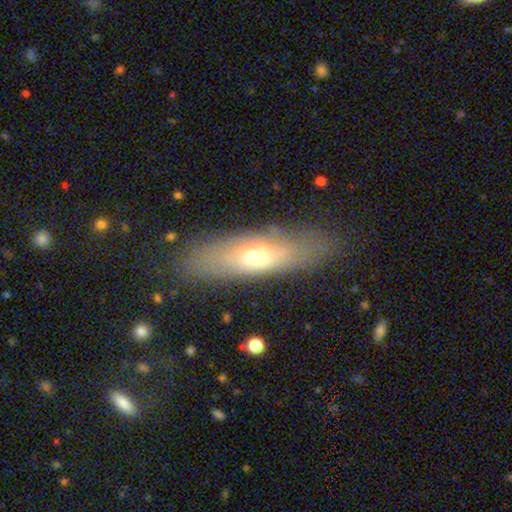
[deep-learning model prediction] A smooth galaxy with no disk features (48%). Merging: none (78%).